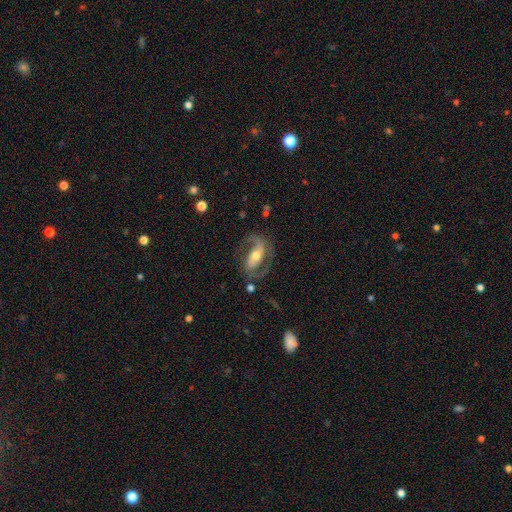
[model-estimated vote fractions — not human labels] Smooth or featured: featured or disk — 86% (smooth — 8%)
Edge-on disk: no — 96% (yes — 4%)
Bar: strong — 41% (weak — 33%)
Spiral arms: yes — 95% (no — 5%)
Spiral winding: medium — 54% (loose — 29%)
Spiral arm count: 2 — 90% (1 — 4%)
Bulge size: moderate — 63% (small — 28%)
Merging: none — 75% (minor disturbance — 14%)